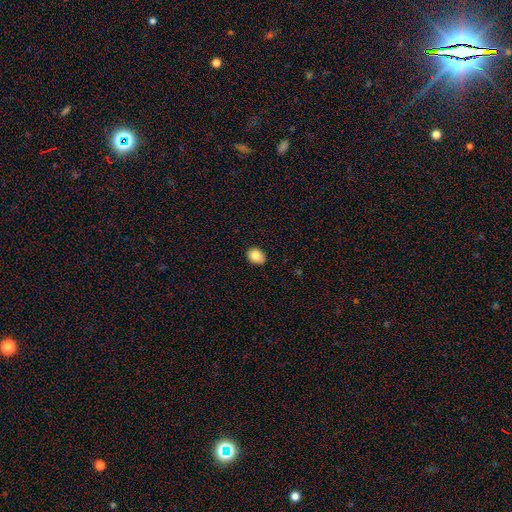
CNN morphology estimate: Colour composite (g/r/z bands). It shows a smooth galaxy with no disk features (84%) that is in between round and cigar-shaped (61%). Merging: none (82%).